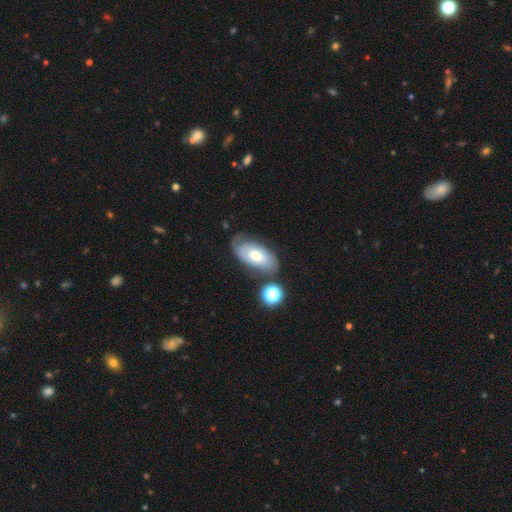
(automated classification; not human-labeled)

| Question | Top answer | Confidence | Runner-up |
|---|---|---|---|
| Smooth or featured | smooth | 48% | featured or disk (43%) |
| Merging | none | 60% | minor disturbance (22%) |